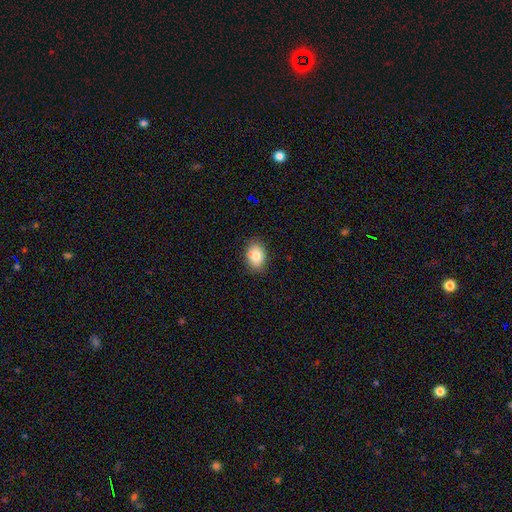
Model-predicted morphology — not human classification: type=smooth (80%); roundness=in between (74%); merging=none (78%).